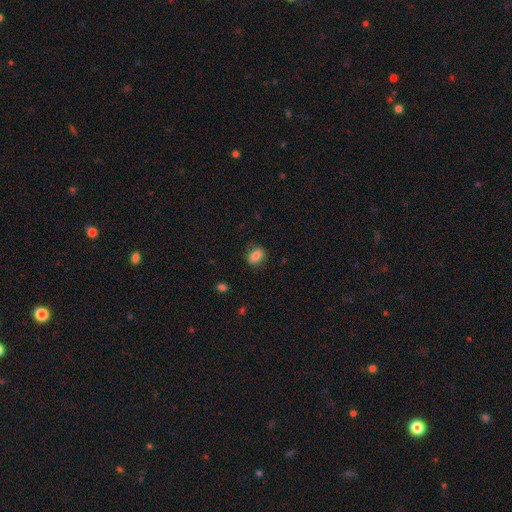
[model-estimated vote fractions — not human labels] Smooth or featured? Predicted: smooth (p=0.82). How rounded? Predicted: in between (p=0.74). Merging? Predicted: none (p=0.78).